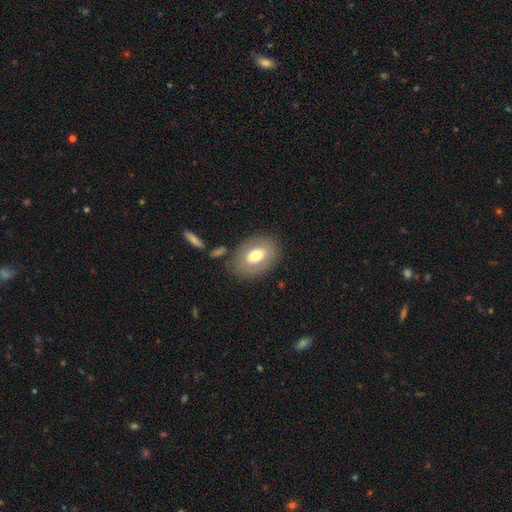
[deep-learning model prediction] Q: Smooth or featured?
A: smooth (65%); runner-up: featured or disk (28%)
Q: How rounded?
A: in between (82%); runner-up: round (16%)
Q: Merging?
A: none (79%); runner-up: minor disturbance (12%)